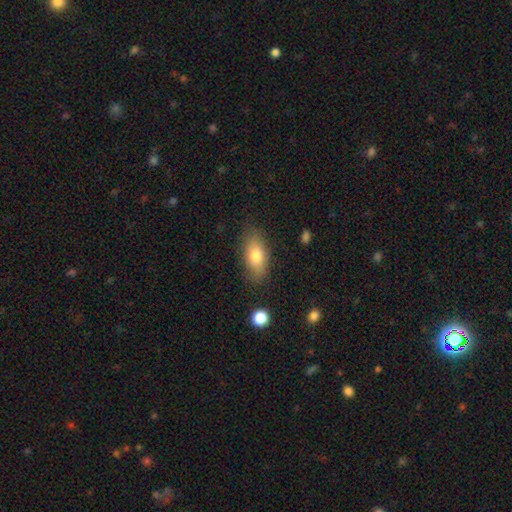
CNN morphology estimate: Q: Smooth or featured?
A: smooth (78%); runner-up: featured or disk (15%)
Q: How rounded?
A: in between (86%); runner-up: cigar-shaped (10%)
Q: Merging?
A: none (81%); runner-up: minor disturbance (14%)